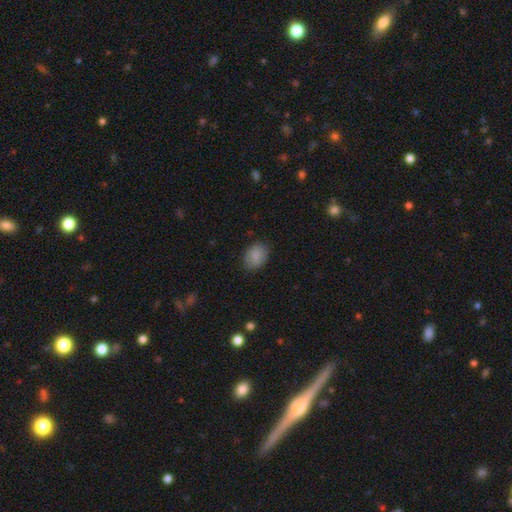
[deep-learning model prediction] This is clearly a smooth galaxy (85%). How rounded: likely in between (72%). Merging: clearly none (83%).